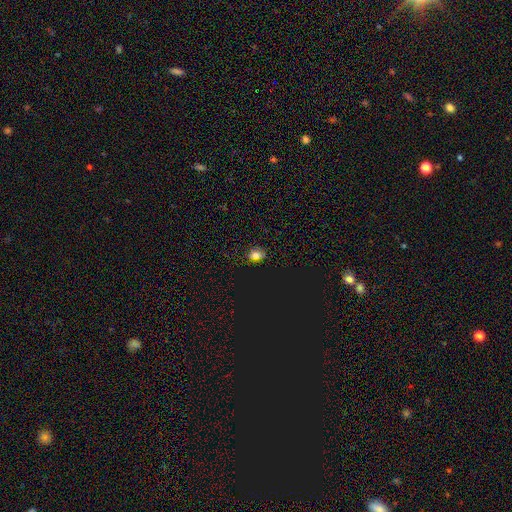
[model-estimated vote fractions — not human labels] Overall: smooth (70%). How rounded: in between (60%; round 38%). Merging: none (83%).